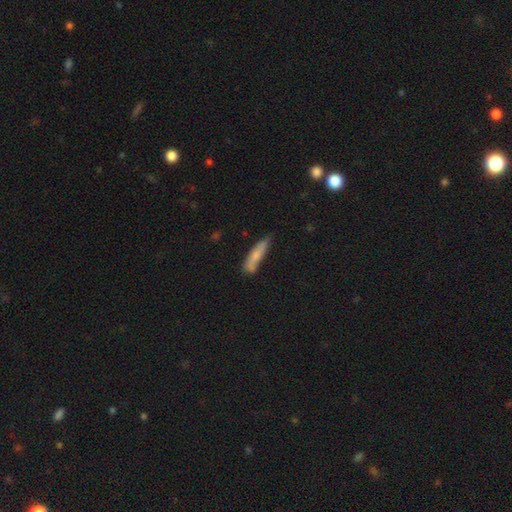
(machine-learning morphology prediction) Smooth or featured? Predicted: smooth (p=0.71). How rounded? Predicted: cigar-shaped (p=0.80). Merging? Predicted: none (p=0.59).